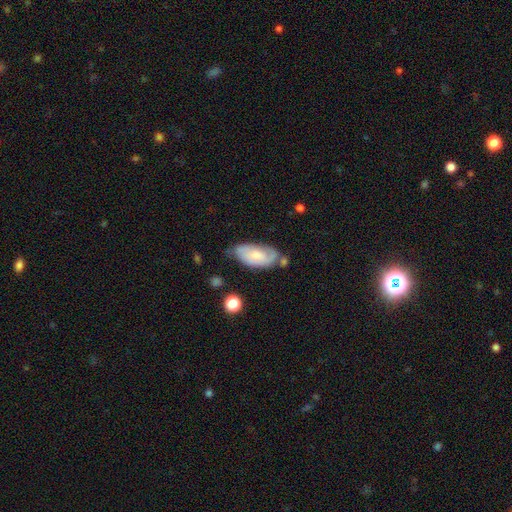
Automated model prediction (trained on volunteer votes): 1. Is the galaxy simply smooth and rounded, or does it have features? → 57% smooth, 37% featured or disk, 7% star or artifact.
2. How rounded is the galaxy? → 91% in between, 6% cigar-shaped, 3% round.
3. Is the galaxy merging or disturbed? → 51% none, 32% minor disturbance, 9% major disturbance, 7% merger.